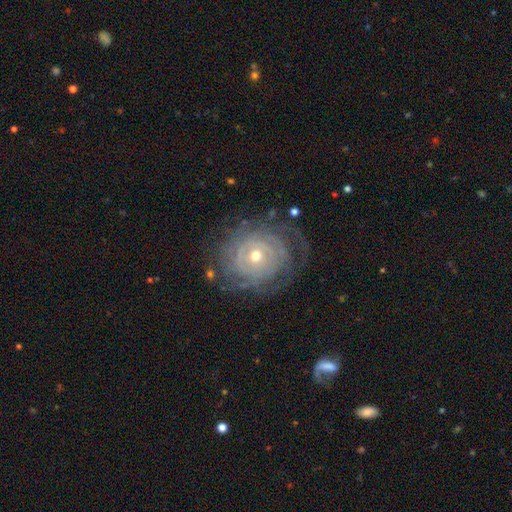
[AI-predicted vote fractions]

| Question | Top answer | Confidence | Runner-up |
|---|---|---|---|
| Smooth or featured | featured or disk | 81% | smooth (12%) |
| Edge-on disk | no | 96% | yes (4%) |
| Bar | no | 79% | weak (16%) |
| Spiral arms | yes | 86% | no (14%) |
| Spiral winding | tight | 82% | medium (13%) |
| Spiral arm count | can't tell | 48% | 2 (14%) |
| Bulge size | moderate | 48% | tied: small (48%) |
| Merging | none | 72% | minor disturbance (16%) |